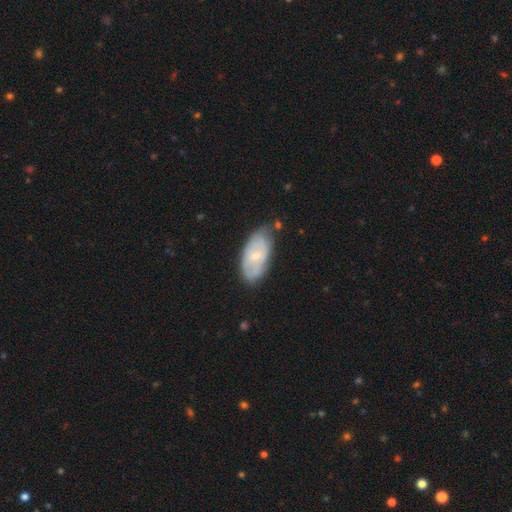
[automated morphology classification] smooth_or_featured: featured or disk (p=0.54) [alt: smooth p=0.40]
disk_edge_on: no (p=0.92) [alt: yes p=0.08]
merging: none (p=0.60) [alt: minor disturbance p=0.29]